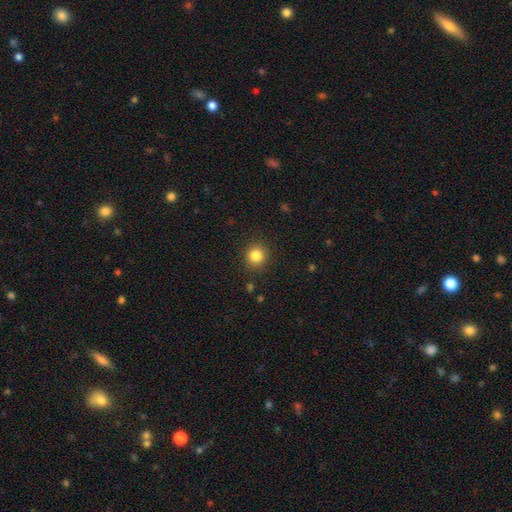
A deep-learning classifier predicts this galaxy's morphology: The model was most divided on "smooth or featured": smooth: 83%, star or artifact: 12%, featured or disk: 5%. More confident: how rounded — round (92%); merging — none (90%).